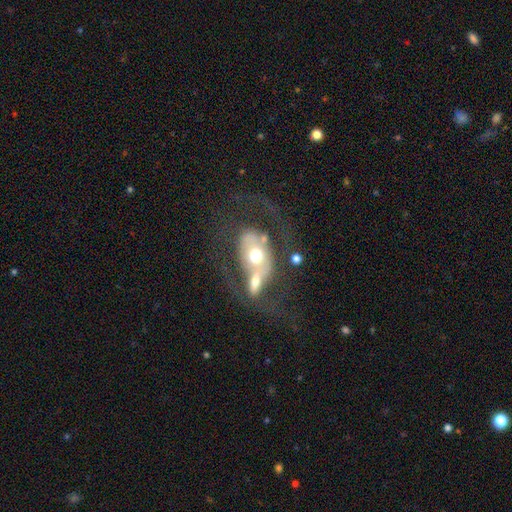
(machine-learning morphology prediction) smooth-or-featured: featured or disk: 57% | smooth: 36% | star or artifact: 7%
  disk-edge-on: no: 91% | yes: 9%
    bar: no: 75% | weak: 16% | strong: 10%
    has-spiral-arms: no: 62% | yes: 38%
    bulge-size: moderate: 67% | large: 20% | small: 8% | dominant: 3% | none: 2%
  merging: merger: 43% | none: 26% | major disturbance: 19% | minor disturbance: 12%